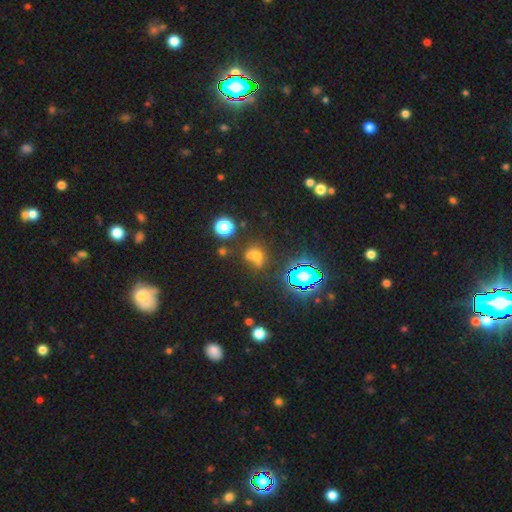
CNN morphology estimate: Smooth or featured? Predicted: smooth (p=0.51). How rounded? Predicted: round (p=0.67). Merging? Predicted: none (p=0.52).